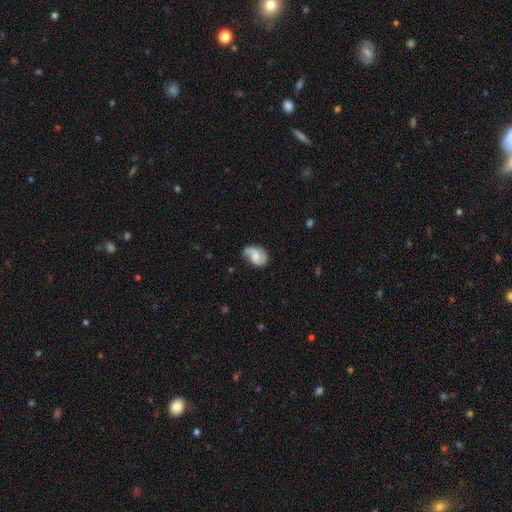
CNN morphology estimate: smooth_or_featured: featured or disk (p=0.60) [alt: smooth p=0.32]
disk_edge_on: no (p=0.97) [alt: yes p=0.03]
bar: no (p=0.54) [alt: weak p=0.39]
has_spiral_arms: yes (p=0.91) [alt: no p=0.09]
spiral_winding: loose (p=0.44) [alt: medium p=0.40]
spiral_arm_count: 2 (p=0.78) [alt: 1 p=0.12]
bulge_size: moderate (p=0.40) [alt: small p=0.35]
merging: none (p=0.57) [alt: minor disturbance p=0.30]